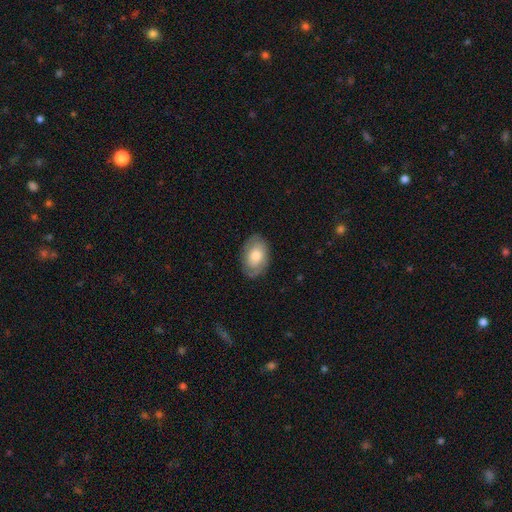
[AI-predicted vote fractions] Smooth or featured? Predicted: smooth (p=0.59). How rounded? Predicted: in between (p=0.86). Merging? Predicted: none (p=0.79).